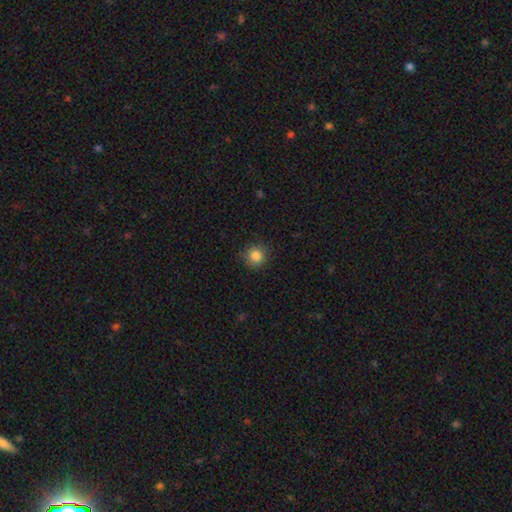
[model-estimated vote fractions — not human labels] Smooth or featured: smooth — 84% (star or artifact — 11%)
How rounded: round — 93% (in between — 6%)
Merging: none — 88% (minor disturbance — 9%)